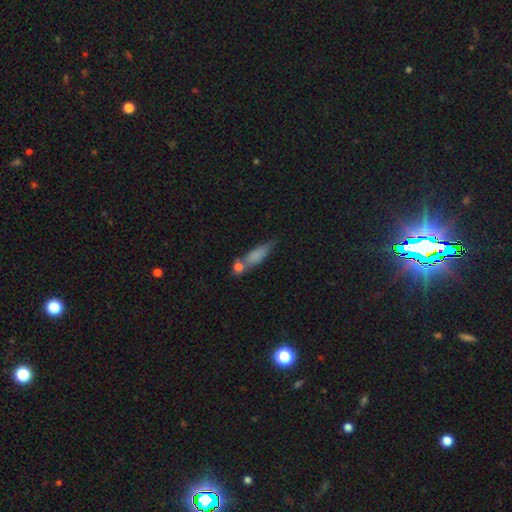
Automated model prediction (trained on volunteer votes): Smooth or featured? smooth (72%)
How rounded? cigar-shaped (55%)
Merging? none (46%)